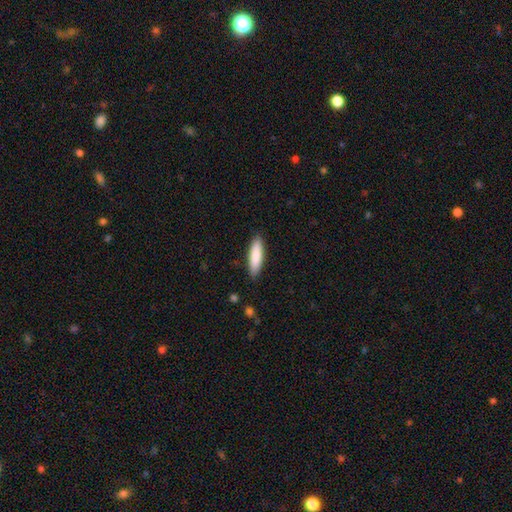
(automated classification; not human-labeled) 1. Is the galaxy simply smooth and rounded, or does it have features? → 87% smooth, 8% featured or disk, 5% star or artifact.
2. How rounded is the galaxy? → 65% cigar-shaped, 34% in between, 1% round.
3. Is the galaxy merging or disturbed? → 88% none, 9% minor disturbance, 2% major disturbance, 1% merger.